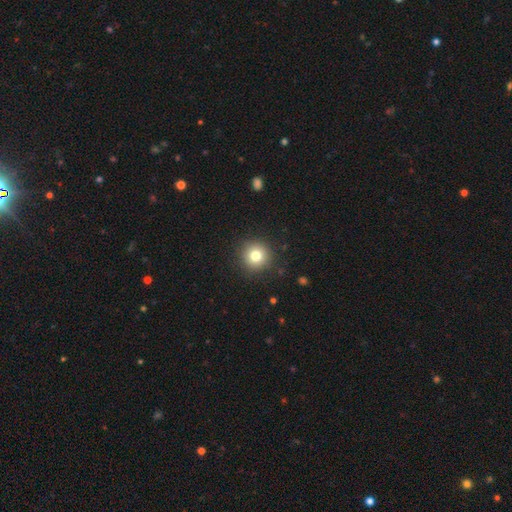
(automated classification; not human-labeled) Smooth or featured?
  - smooth: 78% *
  - star or artifact: 12%
  - featured or disk: 9%
How rounded?
  - round: 95% *
  - in between: 4%
  - cigar-shaped: 1%
Merging?
  - none: 90% *
  - minor disturbance: 6%
  - major disturbance: 2%
  - merger: 1%